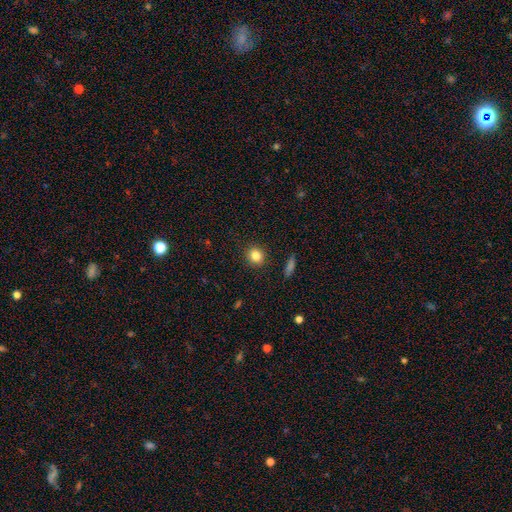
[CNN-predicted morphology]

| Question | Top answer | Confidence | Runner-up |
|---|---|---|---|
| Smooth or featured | smooth | 82% | star or artifact (11%) |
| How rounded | round | 84% | in between (15%) |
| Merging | none | 91% | minor disturbance (6%) |